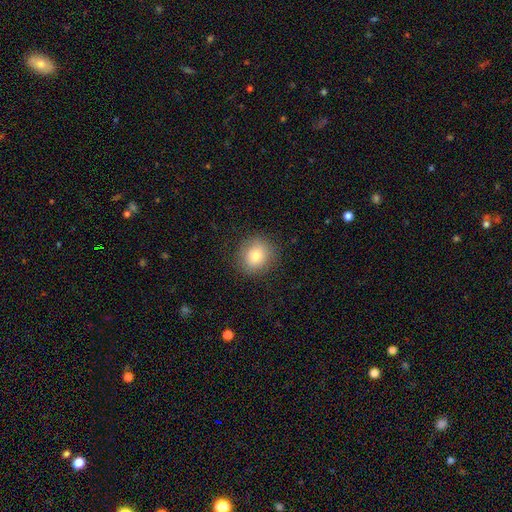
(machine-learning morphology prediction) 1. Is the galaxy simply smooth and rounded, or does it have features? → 77% smooth, 12% featured or disk, 10% star or artifact.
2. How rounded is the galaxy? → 85% round, 14% in between, 1% cigar-shaped.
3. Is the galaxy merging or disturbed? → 86% none, 9% minor disturbance, 3% major disturbance, 1% merger.